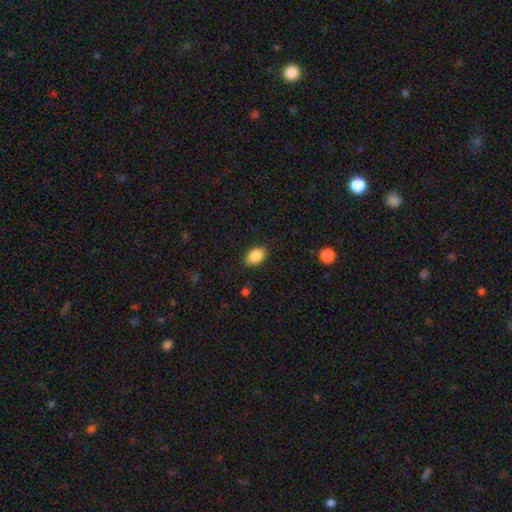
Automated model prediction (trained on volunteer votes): smooth 88%, star or artifact 8%, featured or disk 4%. Down the decision tree: how rounded — in between (81%); merging — none (86%).